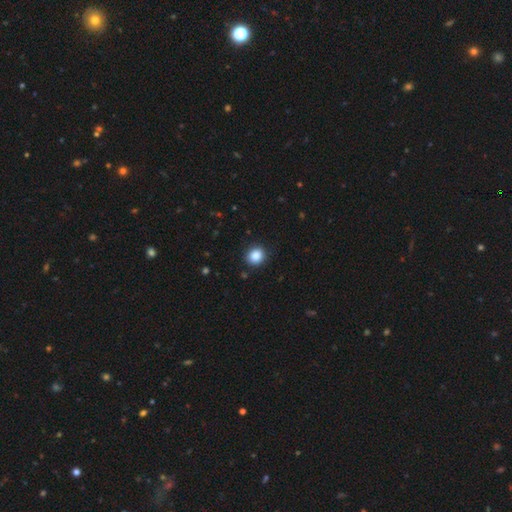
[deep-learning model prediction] Smooth or featured: smooth — 87% (star or artifact — 10%)
How rounded: round — 82% (in between — 17%)
Merging: none — 89% (minor disturbance — 7%)